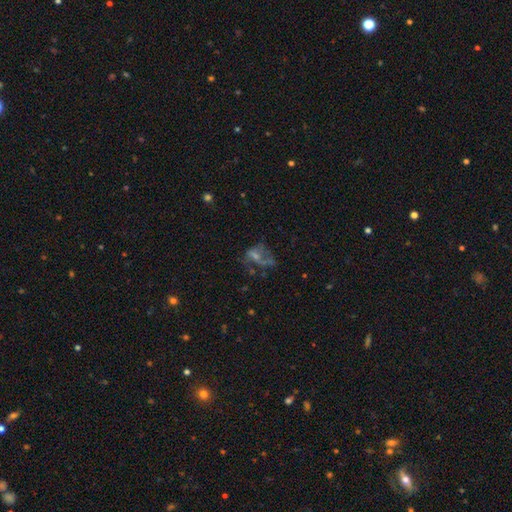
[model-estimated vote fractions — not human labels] A featured or disk galaxy (53%) with no bar (69%), no spiral arms (52%) and a small central bulge (43%).

Vote fractions:
- Smooth or featured? featured or disk: 53% / star or artifact: 24% / smooth: 23%
- Edge-on disk? no: 96% / yes: 4%
- Bar? no: 69% / weak: 25% / strong: 6%
- Spiral arms? no: 52% / yes: 48%
- Bulge size? small: 43% / moderate: 29% / none: 23% / large: 3% / dominant: 2%
- Merging? none: 41% / major disturbance: 36% / minor disturbance: 18% / merger: 5%